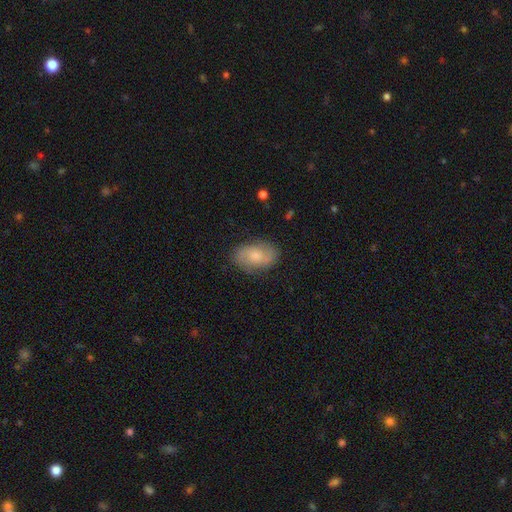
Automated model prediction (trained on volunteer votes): smooth_or_featured: smooth (p=0.50) [alt: featured or disk p=0.43]
how_rounded: in between (p=0.86) [alt: round p=0.12]
merging: none (p=0.79) [alt: minor disturbance p=0.15]